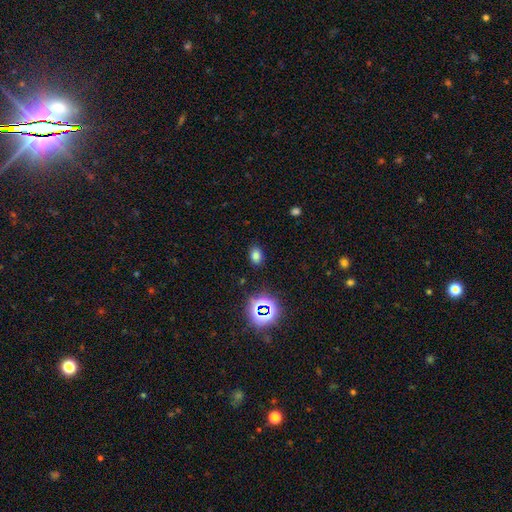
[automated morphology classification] Smooth or featured?
  - smooth: 72% *
  - star or artifact: 22%
  - featured or disk: 6%
How rounded?
  - in between: 76% *
  - round: 23%
  - cigar-shaped: 1%
Merging?
  - none: 85% *
  - minor disturbance: 10%
  - major disturbance: 3%
  - merger: 2%